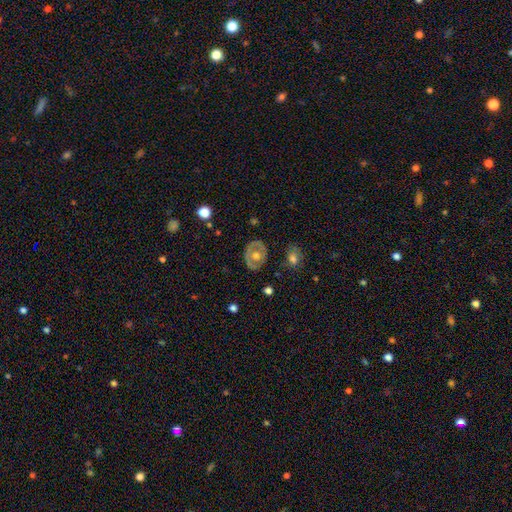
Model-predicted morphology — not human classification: Smooth or featured? Predicted: featured or disk (p=0.57). Edge-on disk? Predicted: no (p=0.93). Bar? Predicted: no (p=0.89). Spiral arms? Predicted: no (p=0.81). Bulge size? Predicted: moderate (p=0.72). Merging? Predicted: none (p=0.78).